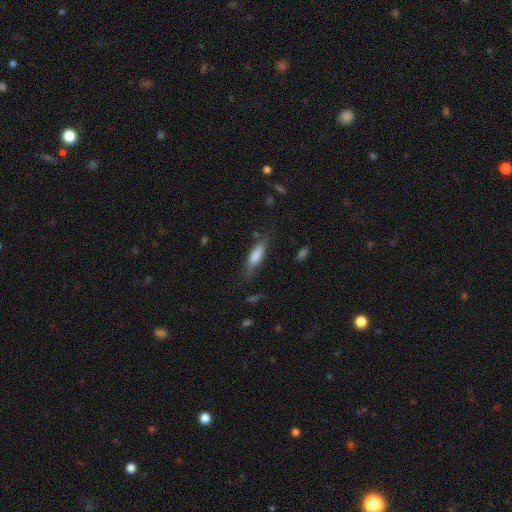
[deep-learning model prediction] The model was most divided on "how rounded": cigar-shaped: 59%, in between: 40%, round: 2%. More confident: smooth or featured — smooth (70%); merging — none (68%).